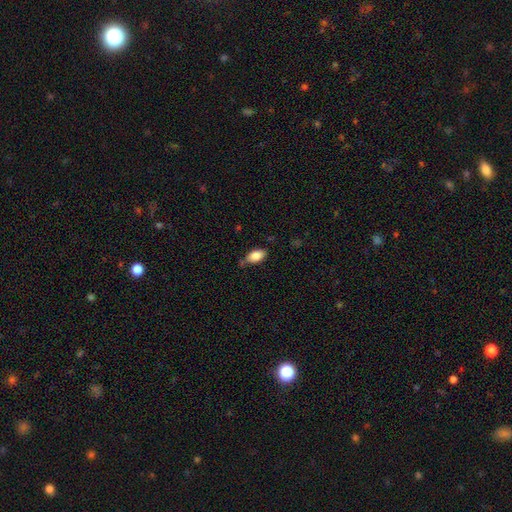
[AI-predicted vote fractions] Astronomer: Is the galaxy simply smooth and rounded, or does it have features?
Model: smooth — 84%.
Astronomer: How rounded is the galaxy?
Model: in between — 92%.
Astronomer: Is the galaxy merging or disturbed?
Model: none — 70%.